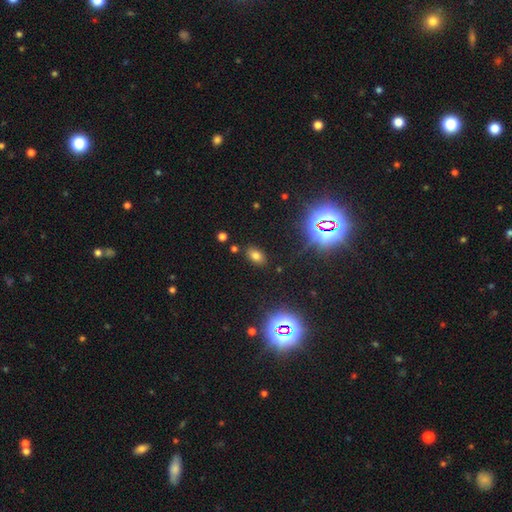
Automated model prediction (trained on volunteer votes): smooth 68%, star or artifact 24%, featured or disk 8%. Down the decision tree: how rounded — in between (86%); merging — none (84%).